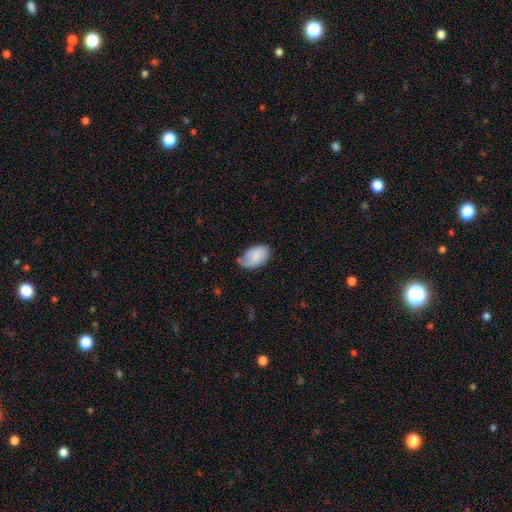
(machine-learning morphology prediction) Smooth or featured: smooth — 76% (featured or disk — 17%)
How rounded: in between — 93% (round — 6%)
Merging: none — 48% (minor disturbance — 39%)